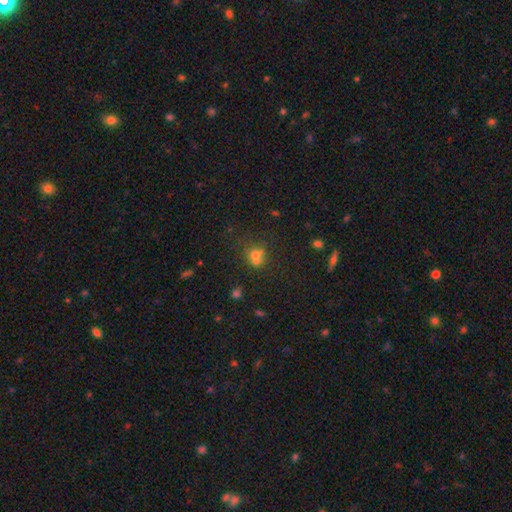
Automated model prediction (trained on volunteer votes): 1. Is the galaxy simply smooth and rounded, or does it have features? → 61% smooth, 23% star or artifact, 16% featured or disk.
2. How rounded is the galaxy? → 76% round, 23% in between, 1% cigar-shaped.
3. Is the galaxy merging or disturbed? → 44% merger, 41% none, 10% minor disturbance, 5% major disturbance.